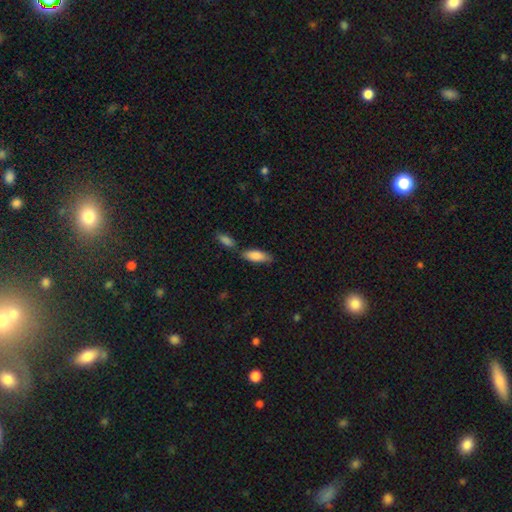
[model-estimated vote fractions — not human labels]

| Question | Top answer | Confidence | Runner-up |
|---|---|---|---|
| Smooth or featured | smooth | 85% | featured or disk (9%) |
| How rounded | in between | 72% | cigar-shaped (26%) |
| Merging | none | 64% | merger (18%) |